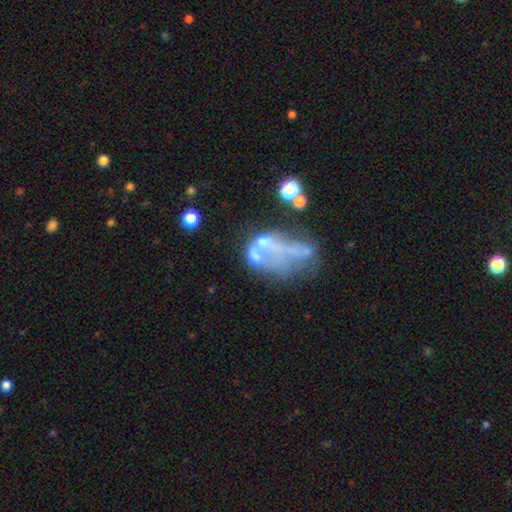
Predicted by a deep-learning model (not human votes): This is possibly a featured or disk galaxy (46%). Merging: possibly merger (46%).